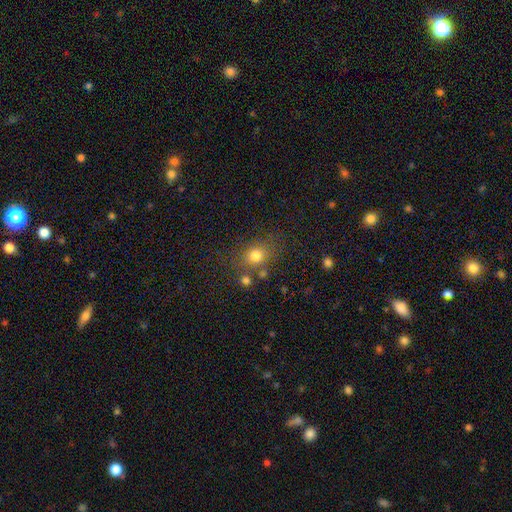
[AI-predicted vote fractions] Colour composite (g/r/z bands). It shows a smooth galaxy with no disk features (78%) that is round (69%). Merging: none (70%).